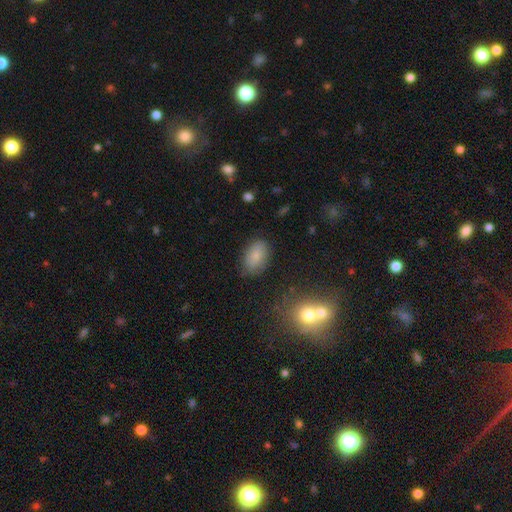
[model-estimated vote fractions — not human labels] smooth_or_featured: smooth (p=0.81) [alt: featured or disk p=0.10]
how_rounded: in between (p=0.90) [alt: round p=0.09]
merging: none (p=0.79) [alt: minor disturbance p=0.16]